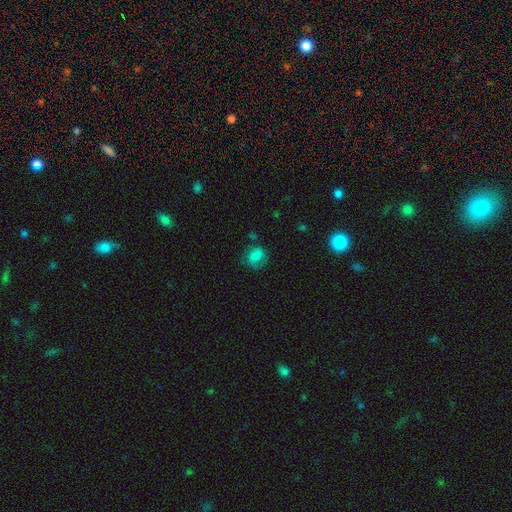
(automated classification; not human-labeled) smooth-or-featured: smooth: 74% | featured or disk: 16% | star or artifact: 10%
  how-rounded: round: 58% | in between: 41% | cigar-shaped: 1%
  merging: none: 60% | minor disturbance: 25% | major disturbance: 12% | merger: 3%